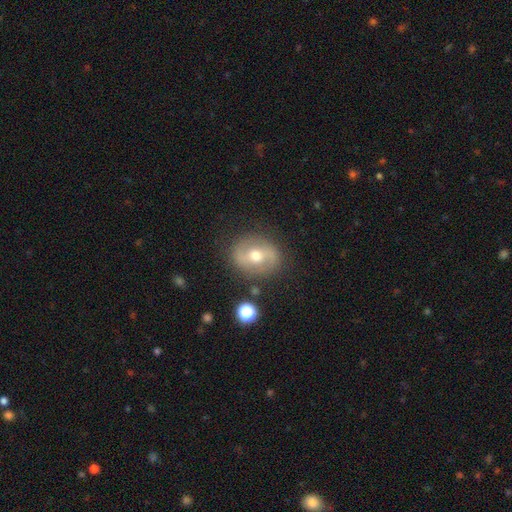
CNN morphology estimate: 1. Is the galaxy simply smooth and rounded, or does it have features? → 63% featured or disk, 29% smooth, 8% star or artifact.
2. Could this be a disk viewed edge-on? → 94% no, 6% yes.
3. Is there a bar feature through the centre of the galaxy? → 38% weak, 35% strong, 27% no.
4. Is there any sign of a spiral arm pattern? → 61% yes, 39% no.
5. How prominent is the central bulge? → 74% moderate, 19% small, 4% large, 1% dominant, 1% none.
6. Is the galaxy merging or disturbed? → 83% none, 11% minor disturbance, 4% major disturbance, 2% merger.